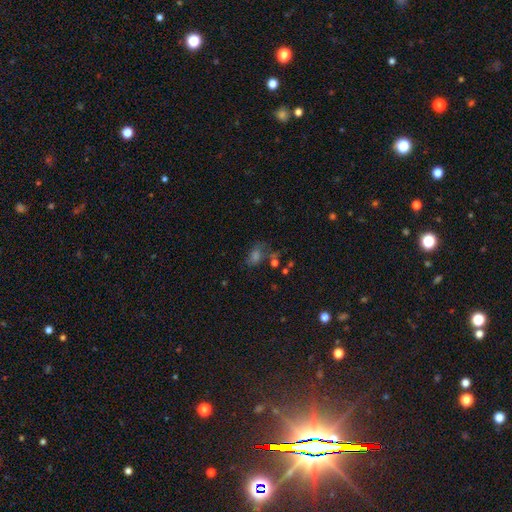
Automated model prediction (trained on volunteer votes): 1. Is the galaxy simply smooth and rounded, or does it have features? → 43% smooth, 36% star or artifact, 21% featured or disk.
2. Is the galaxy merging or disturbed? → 51% none, 20% minor disturbance, 18% major disturbance, 11% merger.